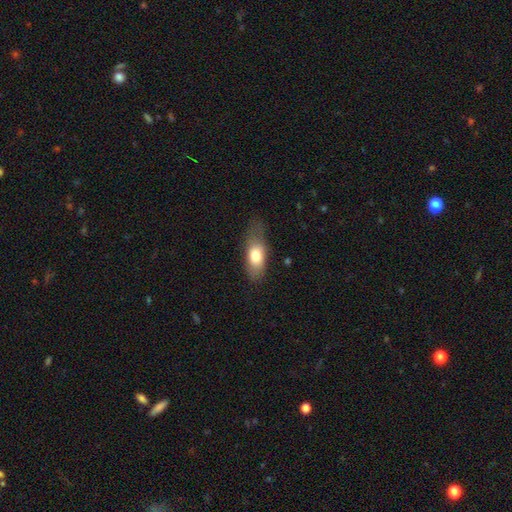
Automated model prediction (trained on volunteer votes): Overall: smooth (75%). How rounded: in between (80%). Merging: none (56%; minor disturbance 29%).